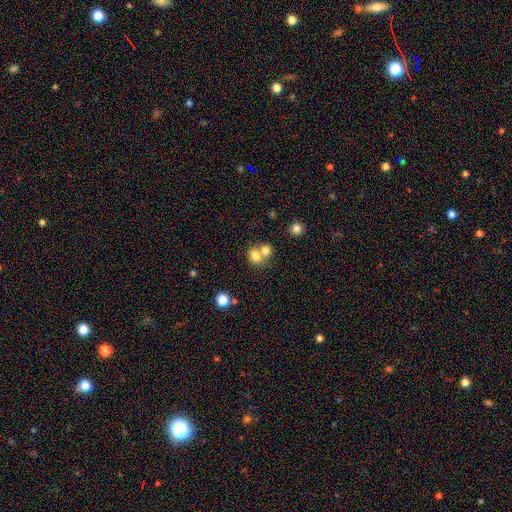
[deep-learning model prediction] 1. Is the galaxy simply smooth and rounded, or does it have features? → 76% smooth, 13% featured or disk, 12% star or artifact.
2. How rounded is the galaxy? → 71% round, 28% in between, 1% cigar-shaped.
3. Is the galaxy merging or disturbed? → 56% merger, 35% none, 6% minor disturbance, 3% major disturbance.